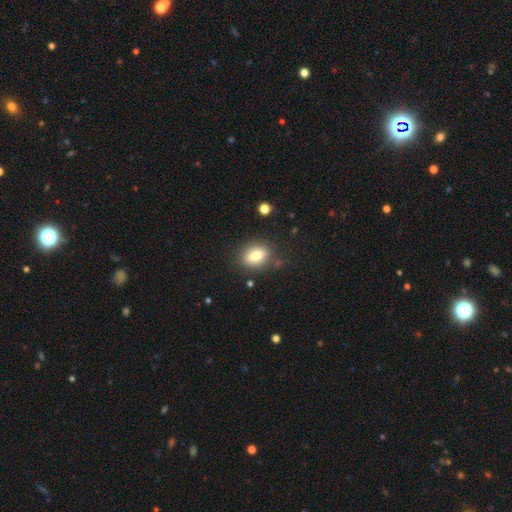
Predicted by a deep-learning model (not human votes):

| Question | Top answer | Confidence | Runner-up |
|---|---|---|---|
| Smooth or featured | smooth | 78% | featured or disk (12%) |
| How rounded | in between | 68% | round (30%) |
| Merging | none | 82% | minor disturbance (11%) |